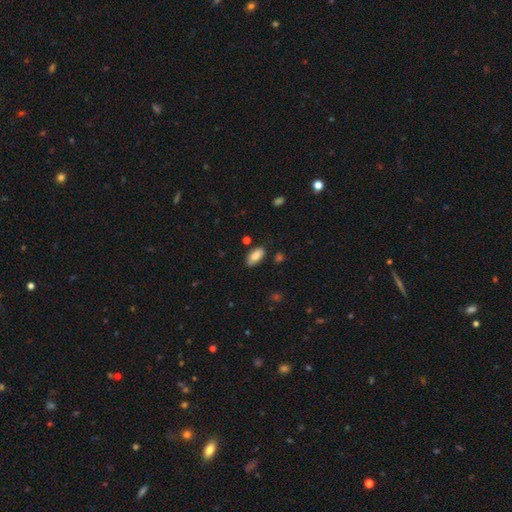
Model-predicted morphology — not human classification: This is clearly a smooth galaxy (84%). How rounded: clearly in between (91%). Merging: likely none (80%).